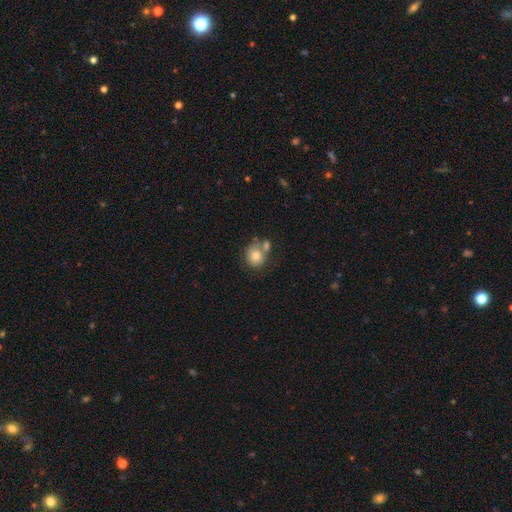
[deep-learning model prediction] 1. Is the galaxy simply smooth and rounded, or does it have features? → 76% smooth, 14% featured or disk, 9% star or artifact.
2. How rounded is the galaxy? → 76% round, 23% in between, 1% cigar-shaped.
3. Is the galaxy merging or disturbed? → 48% none, 34% merger, 14% minor disturbance, 5% major disturbance.